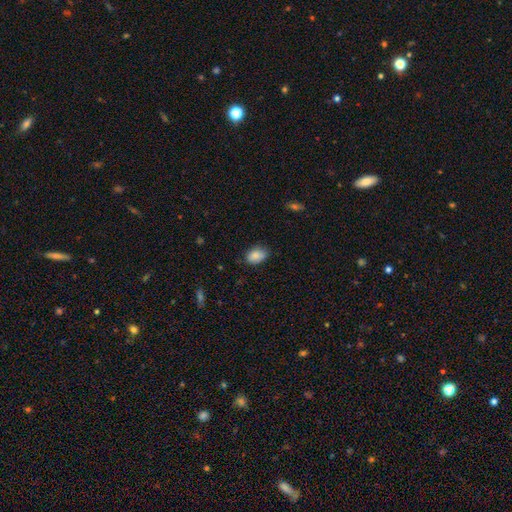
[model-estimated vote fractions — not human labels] smooth 87%, star or artifact 8%, featured or disk 5%. Down the decision tree: how rounded — in between (85%); merging — none (77%).